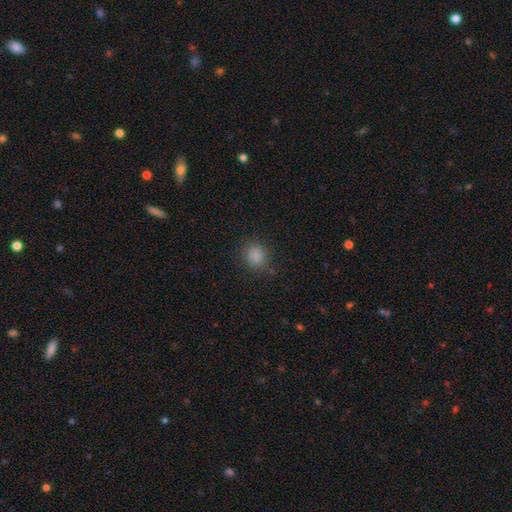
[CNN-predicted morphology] A smooth galaxy with no disk features (84%) that is round (68%).

Vote fractions:
- Smooth or featured? smooth: 84% / star or artifact: 12% / featured or disk: 5%
- How rounded? round: 68% / in between: 31% / cigar-shaped: 1%
- Merging? none: 80% / minor disturbance: 14% / major disturbance: 5% / merger: 1%